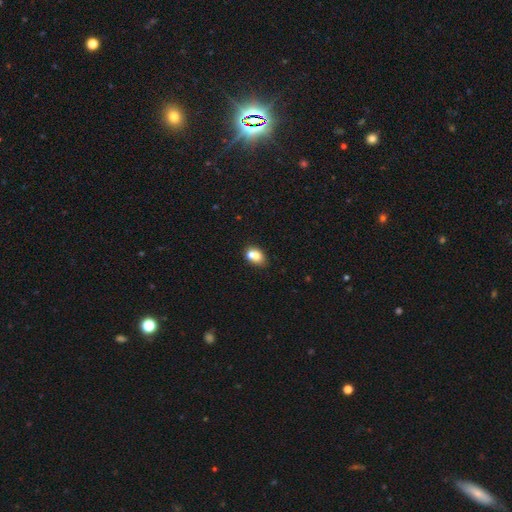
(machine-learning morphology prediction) Smooth or featured?
  - smooth: 70% *
  - featured or disk: 19%
  - star or artifact: 11%
How rounded?
  - in between: 63% *
  - round: 35%
  - cigar-shaped: 1%
Merging?
  - merger: 48% *
  - none: 38%
  - minor disturbance: 10%
  - major disturbance: 4%